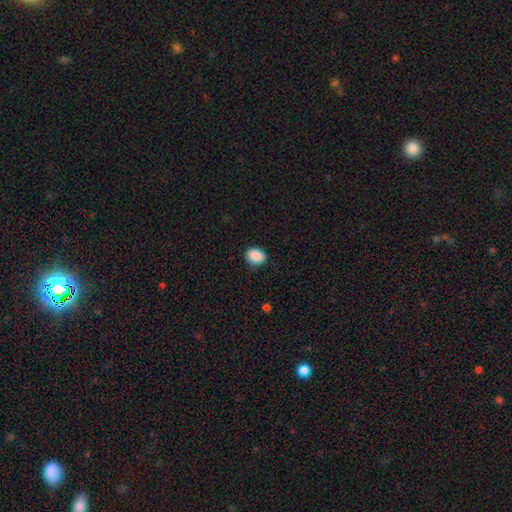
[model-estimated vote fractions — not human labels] smooth-or-featured: smooth: 89% | star or artifact: 8% | featured or disk: 3%
  how-rounded: in between: 58% | round: 41% | cigar-shaped: 1%
  merging: none: 86% | minor disturbance: 11% | major disturbance: 2% | merger: 1%